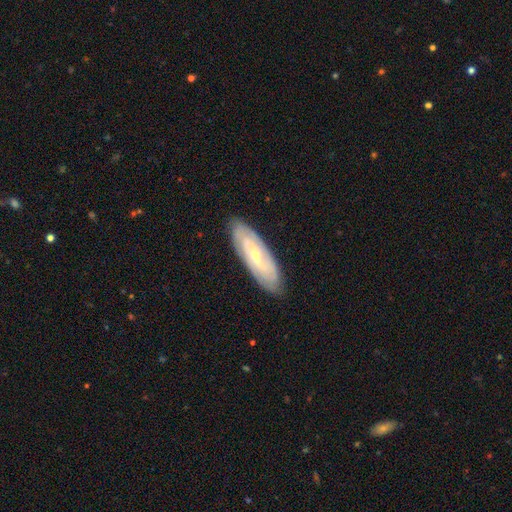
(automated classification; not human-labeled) Morphology: type=featured or disk (73%); edge-on=no (82%); bar=weak (41%); spiral arms=yes (84%); winding=tight (63%); arm count=can't tell (44%); bulge=small (68%); merging=none (85%).